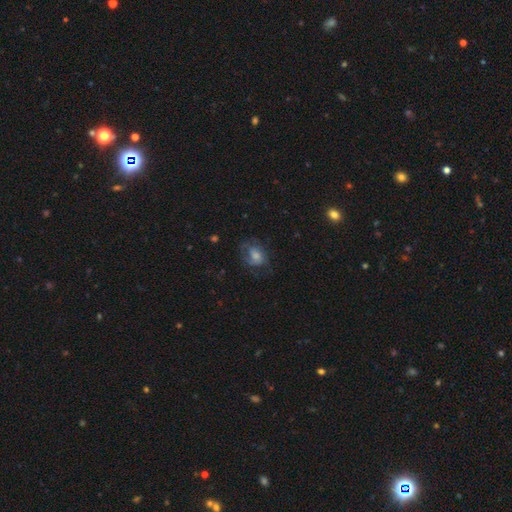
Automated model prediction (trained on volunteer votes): smooth-or-featured: smooth: 51% | featured or disk: 38% | star or artifact: 10%
  how-rounded: in between: 57% | round: 42% | cigar-shaped: 1%
  merging: none: 49% | minor disturbance: 25% | major disturbance: 24% | merger: 2%